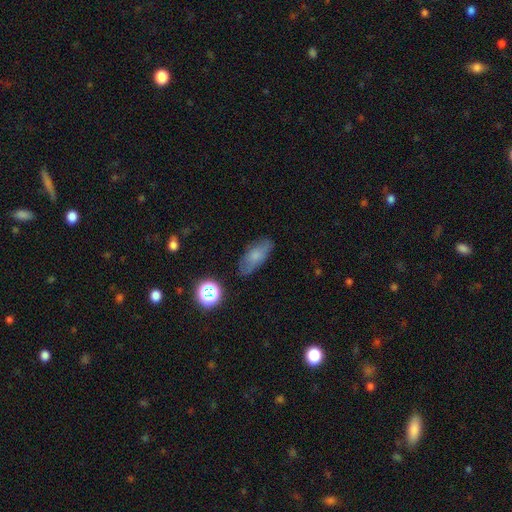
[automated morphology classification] smooth-or-featured: smooth: 68% | featured or disk: 22% | star or artifact: 10%
  how-rounded: in between: 82% | cigar-shaped: 13% | round: 5%
  merging: none: 74% | minor disturbance: 19% | major disturbance: 5% | merger: 2%